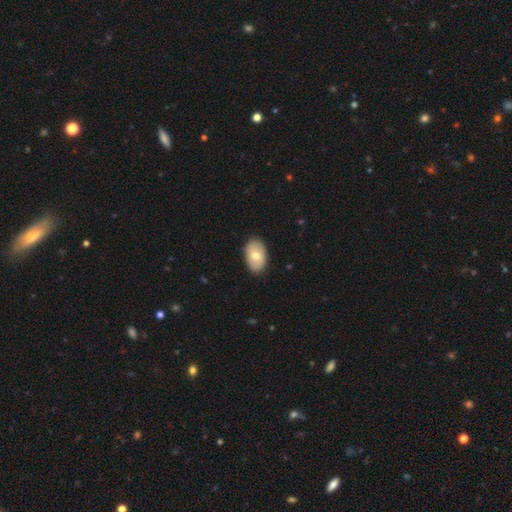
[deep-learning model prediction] Smooth or featured? smooth (71%)
How rounded? in between (91%)
Merging? none (87%)